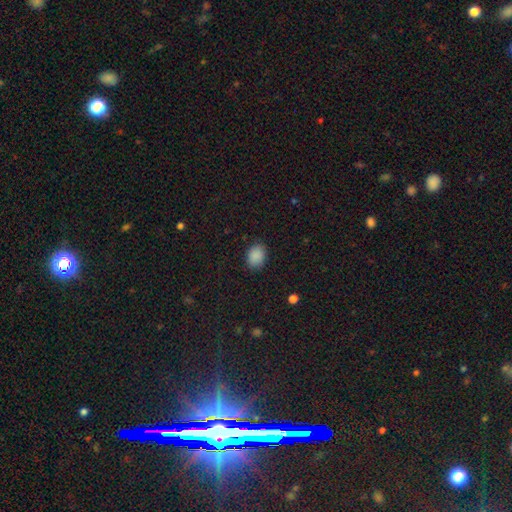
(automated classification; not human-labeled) The model was most divided on "how rounded": in between: 65%, round: 34%, cigar-shaped: 1%. More confident: smooth or featured — smooth (88%); merging — none (86%).